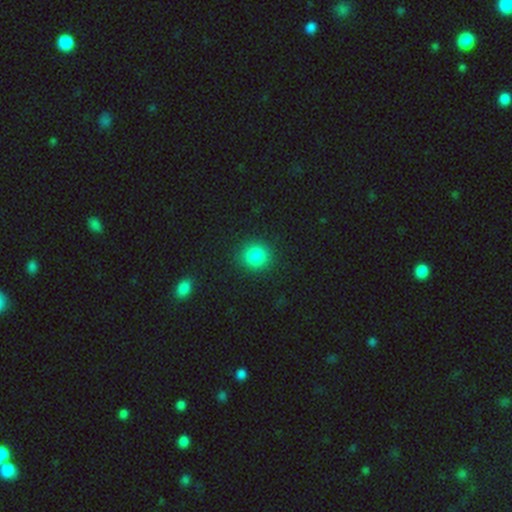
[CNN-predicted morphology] A smooth galaxy with no disk features (84%) that is round (89%).

Vote fractions:
- Smooth or featured? smooth: 84% / star or artifact: 12% / featured or disk: 4%
- How rounded? round: 89% / in between: 10% / cigar-shaped: 1%
- Merging? none: 91% / minor disturbance: 6% / major disturbance: 2% / merger: 1%